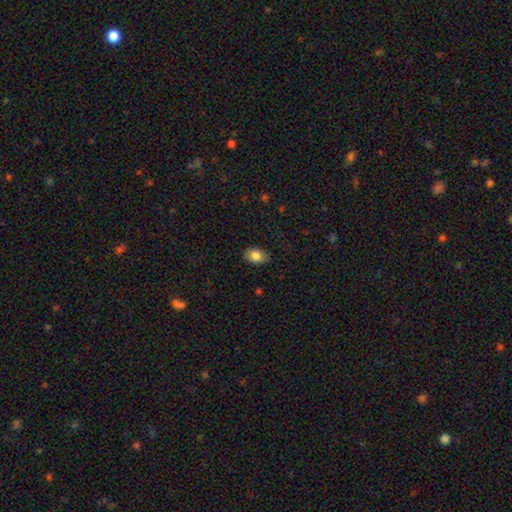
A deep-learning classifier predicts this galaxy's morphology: This appears to be a smooth galaxy with no disk features (83%) that is in between round and cigar-shaped (88%). Merging: none (87%).